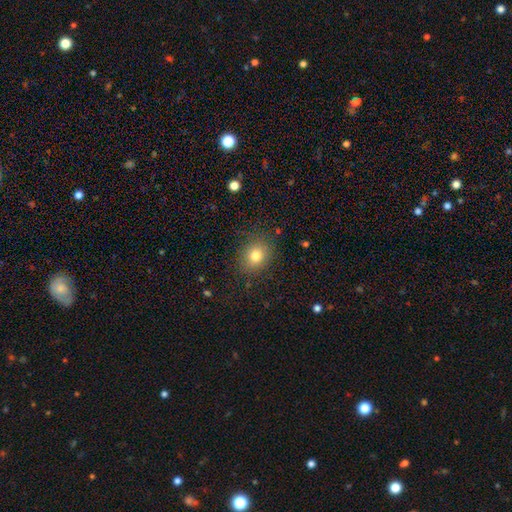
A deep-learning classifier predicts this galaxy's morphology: smooth_or_featured: smooth (p=0.79) [alt: star or artifact p=0.13]
how_rounded: round (p=0.68) [alt: in between p=0.31]
merging: none (p=0.84) [alt: minor disturbance p=0.11]